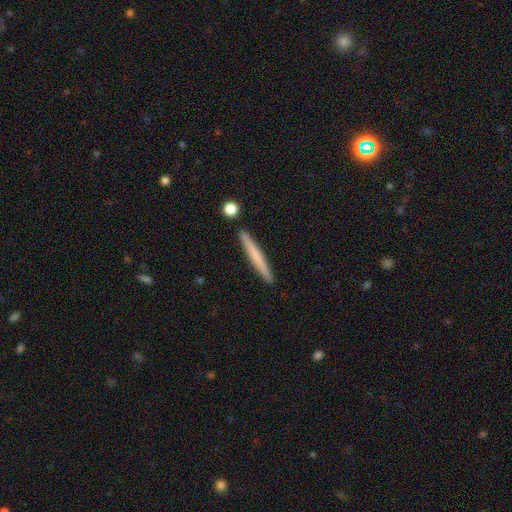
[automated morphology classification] Smooth or featured? smooth (61%)
How rounded? cigar-shaped (97%)
Merging? none (90%)